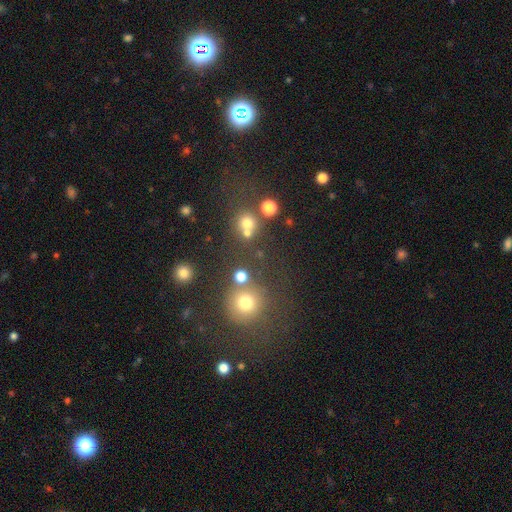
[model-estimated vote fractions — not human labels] A smooth galaxy with no disk features (49%). Merging: none (63%).